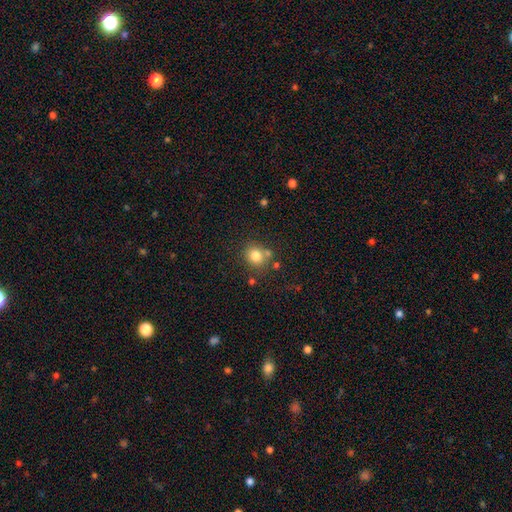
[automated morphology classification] A smooth galaxy with no disk features (80%) that is round (78%). Merging: none (70%).